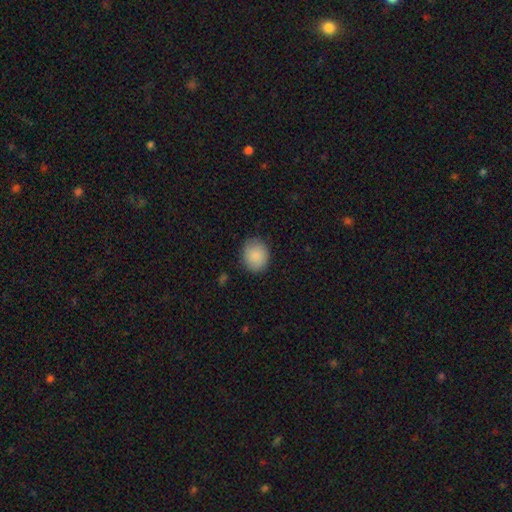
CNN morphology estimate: A smooth galaxy with no disk features (88%) that is round (70%).

Vote fractions:
- Smooth or featured? smooth: 88% / star or artifact: 7% / featured or disk: 6%
- How rounded? round: 70% / in between: 29% / cigar-shaped: 1%
- Merging? none: 83% / minor disturbance: 13% / major disturbance: 3% / merger: 1%